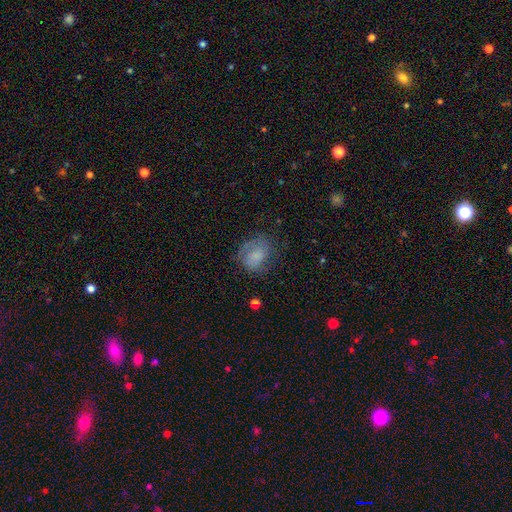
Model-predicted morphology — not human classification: type=smooth (61%); roundness=in between (59%); merging=none (53%).